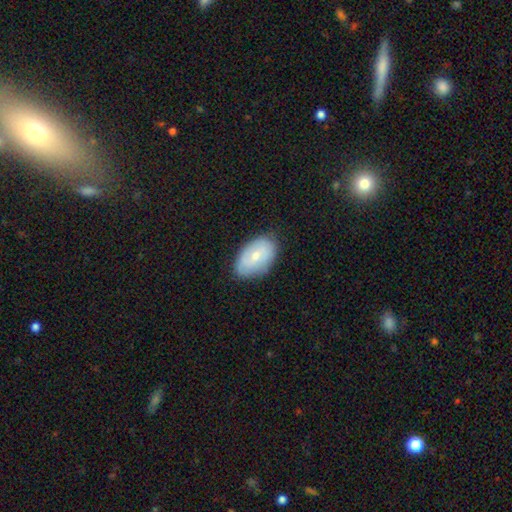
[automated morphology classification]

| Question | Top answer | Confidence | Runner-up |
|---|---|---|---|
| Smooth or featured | smooth | 62% | featured or disk (30%) |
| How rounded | in between | 91% | round (7%) |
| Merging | none | 79% | minor disturbance (17%) |